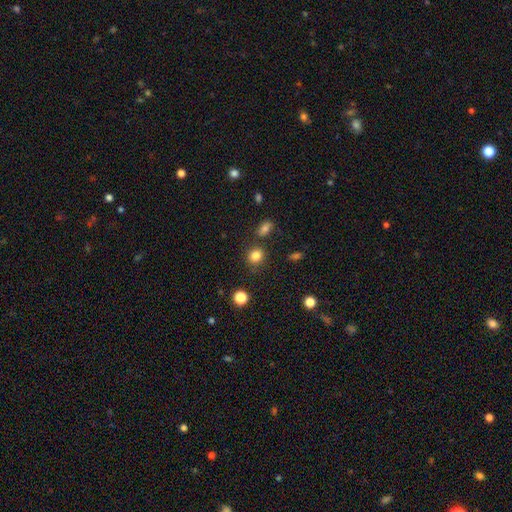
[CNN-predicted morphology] type=smooth (83%); roundness=round (78%); merging=none (80%).